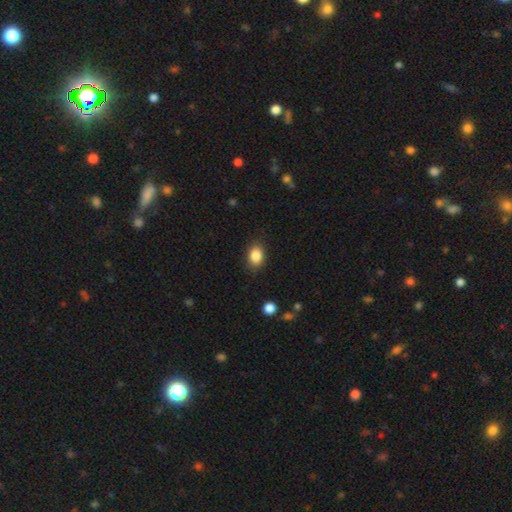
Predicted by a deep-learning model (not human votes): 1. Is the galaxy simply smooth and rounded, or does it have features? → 86% smooth, 9% star or artifact, 5% featured or disk.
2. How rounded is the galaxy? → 75% in between, 24% round, 1% cigar-shaped.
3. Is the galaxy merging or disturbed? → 85% none, 11% minor disturbance, 3% major disturbance, 1% merger.